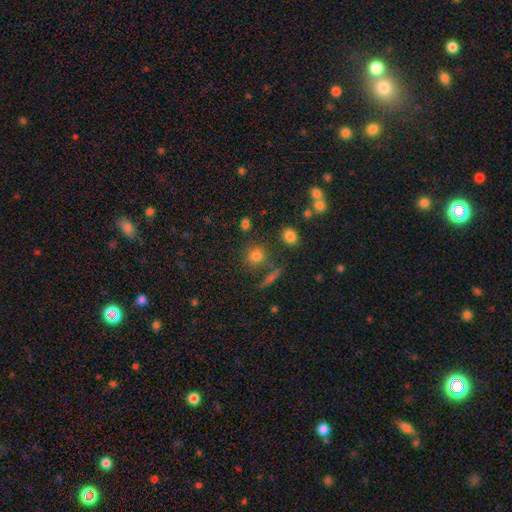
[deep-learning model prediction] This is likely a smooth galaxy (75%). How rounded: clearly round (81%). Merging: likely none (75%).